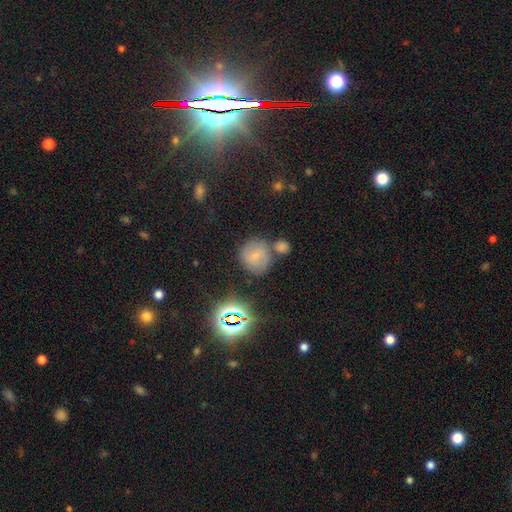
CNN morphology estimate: This appears to be a smooth galaxy with no disk features (63%) that is round (81%). Merging: none (65%).